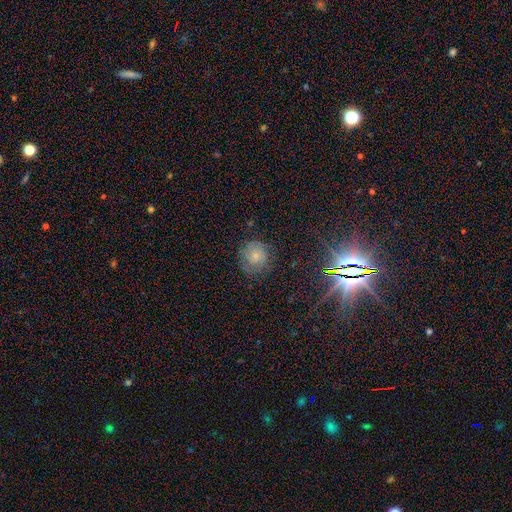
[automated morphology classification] Overall: smooth (55%; featured or disk 31%). How rounded: round (86%). Merging: none (71%).